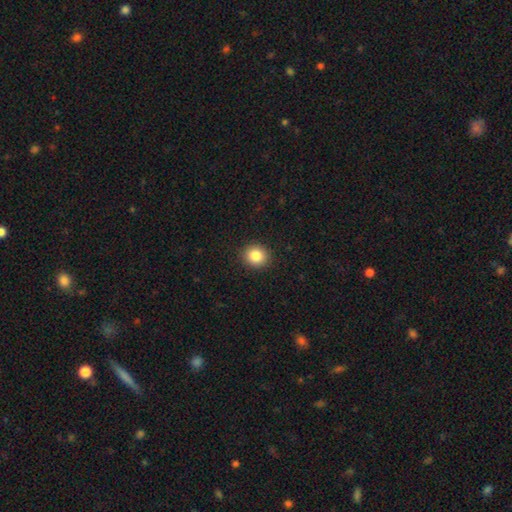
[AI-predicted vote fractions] Smooth or featured?
  - smooth: 86% *
  - star or artifact: 9%
  - featured or disk: 5%
How rounded?
  - round: 83% *
  - in between: 16%
  - cigar-shaped: 1%
Merging?
  - none: 91% *
  - minor disturbance: 6%
  - major disturbance: 2%
  - merger: 1%